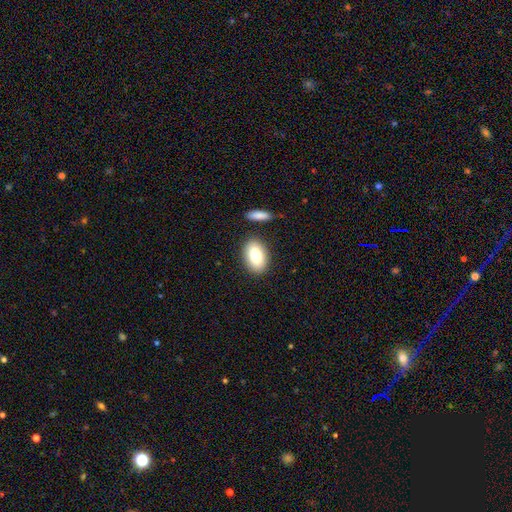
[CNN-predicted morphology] smooth-or-featured: smooth: 83% | featured or disk: 11% | star or artifact: 7%
  how-rounded: in between: 91% | round: 8% | cigar-shaped: 2%
  merging: none: 81% | minor disturbance: 10% | merger: 6% | major disturbance: 3%